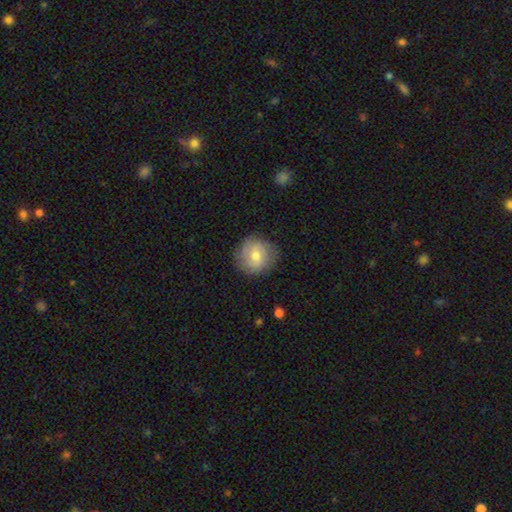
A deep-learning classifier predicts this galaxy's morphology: This is likely a smooth galaxy (65%). How rounded: clearly round (89%). Merging: clearly none (82%).